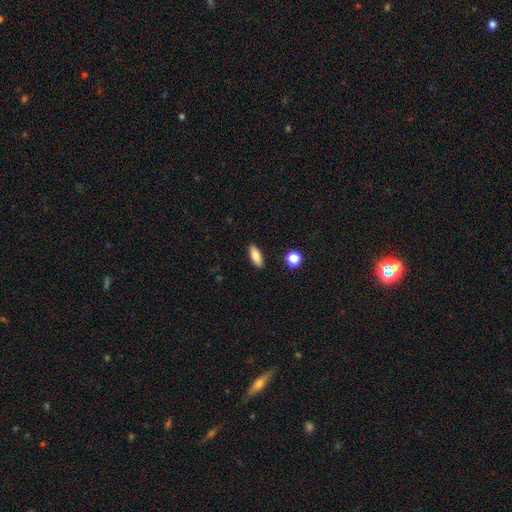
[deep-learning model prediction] smooth_or_featured: smooth (p=0.81) [alt: featured or disk p=0.12]
how_rounded: in between (p=0.73) [alt: cigar-shaped p=0.24]
merging: none (p=0.89) [alt: minor disturbance p=0.08]